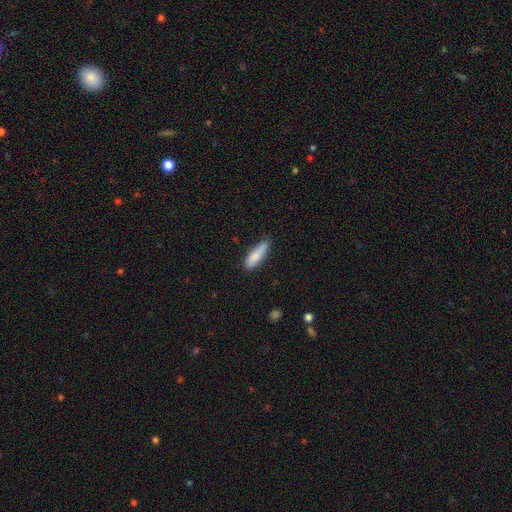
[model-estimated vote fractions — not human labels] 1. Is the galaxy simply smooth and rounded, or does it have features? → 83% smooth, 11% featured or disk, 6% star or artifact.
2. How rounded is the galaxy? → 61% cigar-shaped, 38% in between, 2% round.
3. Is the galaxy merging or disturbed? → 72% none, 22% minor disturbance, 3% major disturbance, 2% merger.